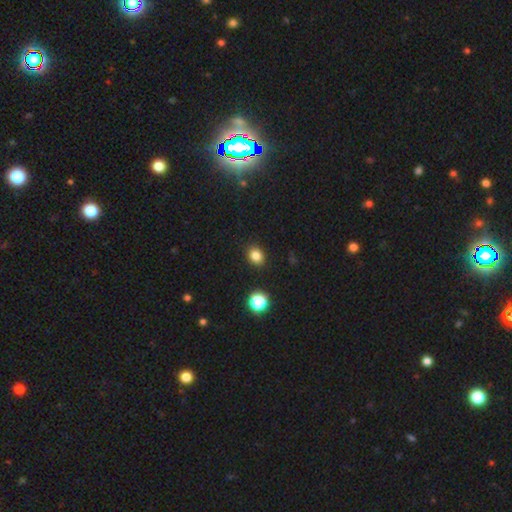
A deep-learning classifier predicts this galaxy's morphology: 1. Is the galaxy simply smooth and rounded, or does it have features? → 82% smooth, 13% star or artifact, 5% featured or disk.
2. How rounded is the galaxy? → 55% round, 44% in between, 1% cigar-shaped.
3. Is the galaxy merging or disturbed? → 89% none, 8% minor disturbance, 2% major disturbance, 2% merger.